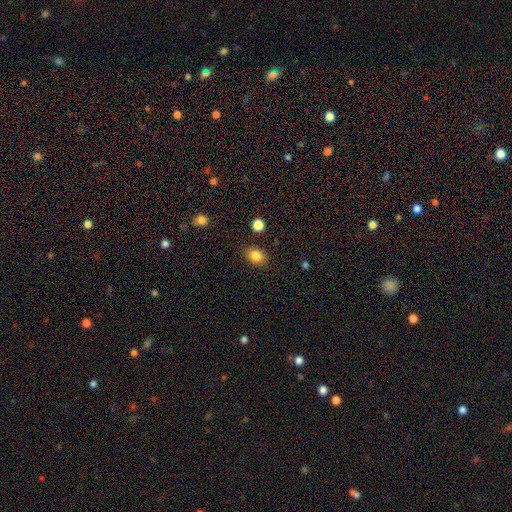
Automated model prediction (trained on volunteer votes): This is clearly a smooth galaxy (85%). How rounded: likely in between (60%). Merging: clearly none (84%).